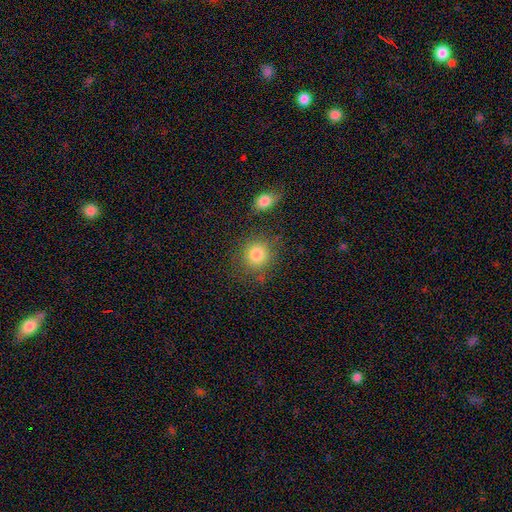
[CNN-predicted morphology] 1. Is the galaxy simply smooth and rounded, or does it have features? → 83% smooth, 10% star or artifact, 7% featured or disk.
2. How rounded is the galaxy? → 84% round, 15% in between, 1% cigar-shaped.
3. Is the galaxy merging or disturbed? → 77% none, 11% minor disturbance, 7% merger, 4% major disturbance.